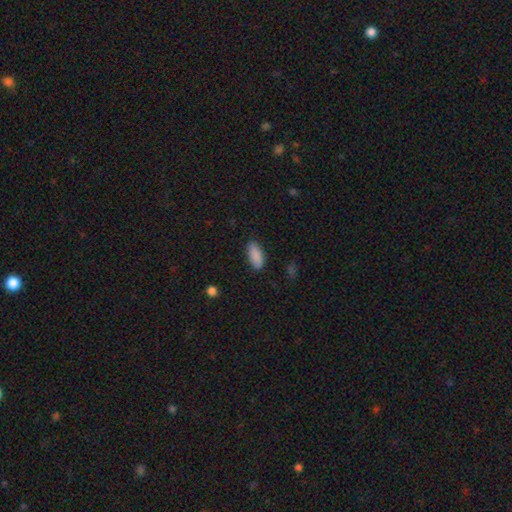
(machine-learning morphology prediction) Smooth or featured? Predicted: smooth (p=0.90). How rounded? Predicted: in between (p=0.84). Merging? Predicted: none (p=0.87).